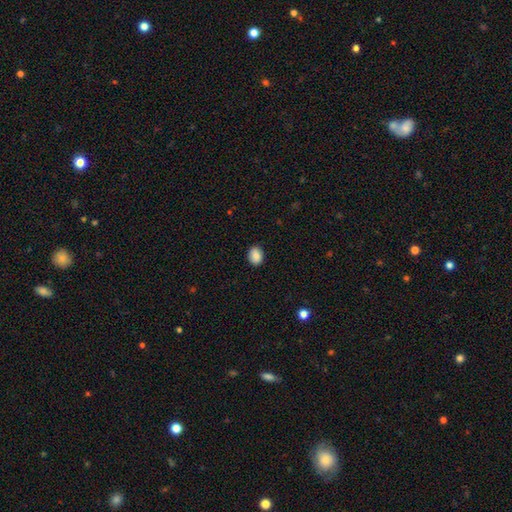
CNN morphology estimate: Overall: smooth (89%). How rounded: in between (64%; round 35%). Merging: none (88%).